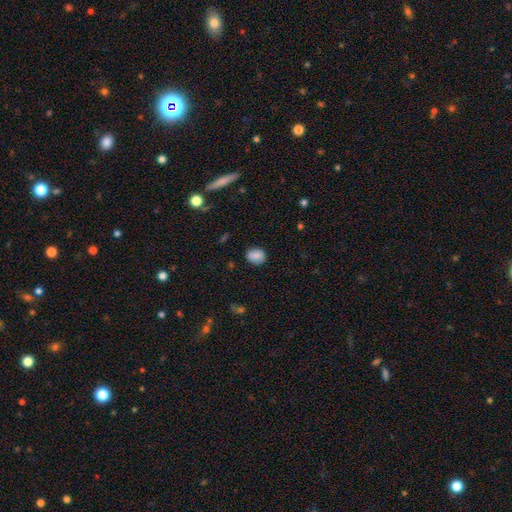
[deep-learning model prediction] smooth_or_featured: smooth (p=0.83) [alt: featured or disk p=0.09]
how_rounded: in between (p=0.50) [alt: round p=0.49]
merging: none (p=0.84) [alt: minor disturbance p=0.12]